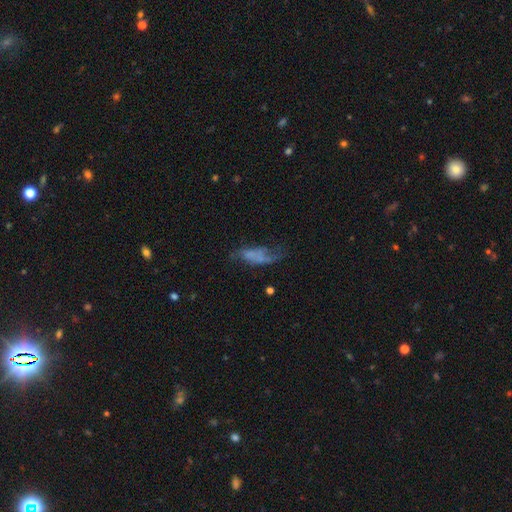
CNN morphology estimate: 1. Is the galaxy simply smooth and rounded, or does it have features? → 44% smooth, 41% featured or disk, 15% star or artifact.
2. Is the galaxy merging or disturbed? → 37% major disturbance, 32% none, 22% minor disturbance, 9% merger.